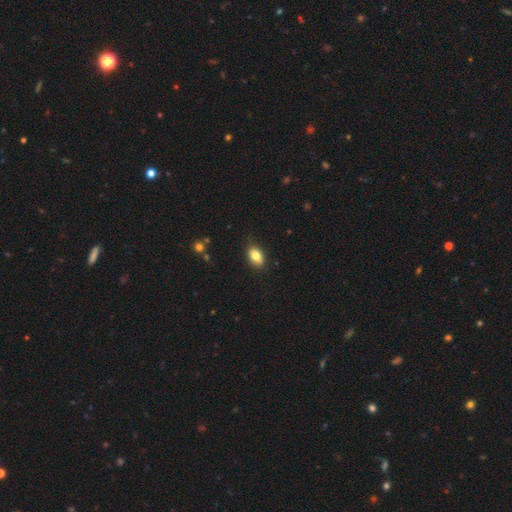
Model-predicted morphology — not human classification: smooth 83%, featured or disk 9%, star or artifact 8%. Down the decision tree: how rounded — in between (87%); merging — none (83%).